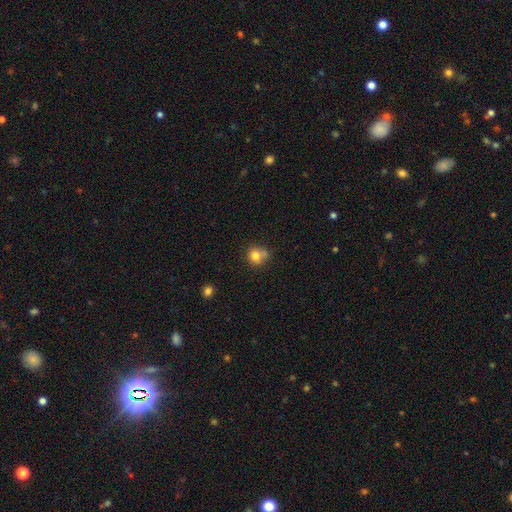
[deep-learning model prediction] A smooth galaxy with no disk features (78%) that is round (86%). Merging: none (56%).